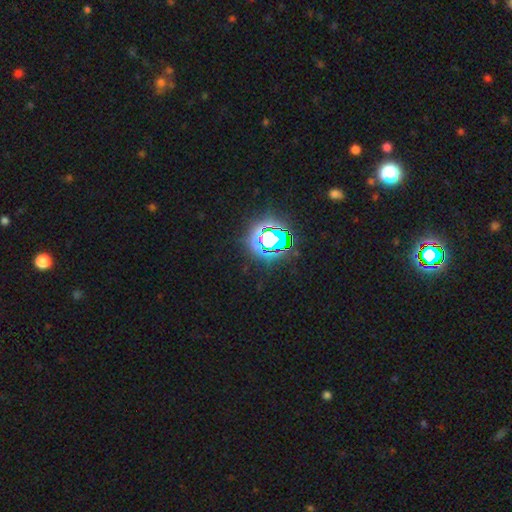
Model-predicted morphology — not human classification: This is clearly a star or artifact rather than a galaxy (80%).